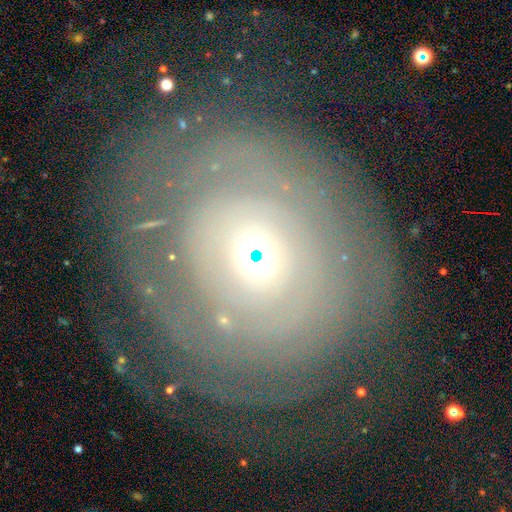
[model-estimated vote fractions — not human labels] Smooth or featured? Predicted: featured or disk (p=0.63). Edge-on disk? Predicted: no (p=0.96). Bar? Predicted: no (p=0.84). Spiral arms? Predicted: yes (p=0.58). Bulge size? Predicted: moderate (p=0.43). Merging? Predicted: none (p=0.64).